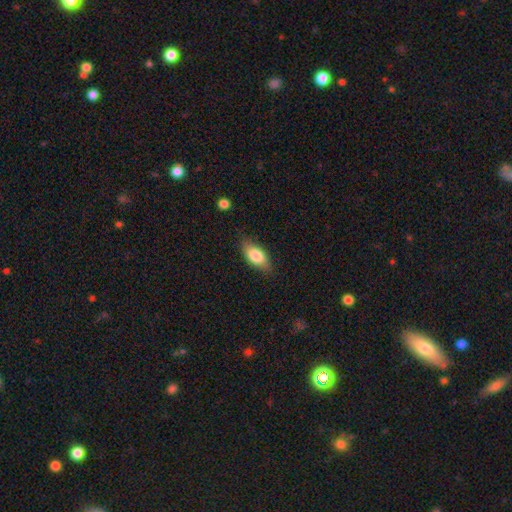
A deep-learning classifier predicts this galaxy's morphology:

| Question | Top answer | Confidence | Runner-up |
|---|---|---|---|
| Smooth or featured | smooth | 79% | featured or disk (14%) |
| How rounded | in between | 87% | cigar-shaped (9%) |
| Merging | none | 80% | minor disturbance (16%) |